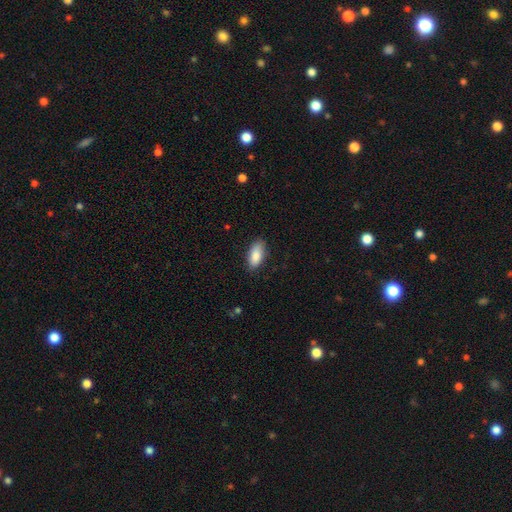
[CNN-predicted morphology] Smooth or featured: smooth — 87% (featured or disk — 7%)
How rounded: in between — 88% (cigar-shaped — 10%)
Merging: none — 81% (minor disturbance — 15%)